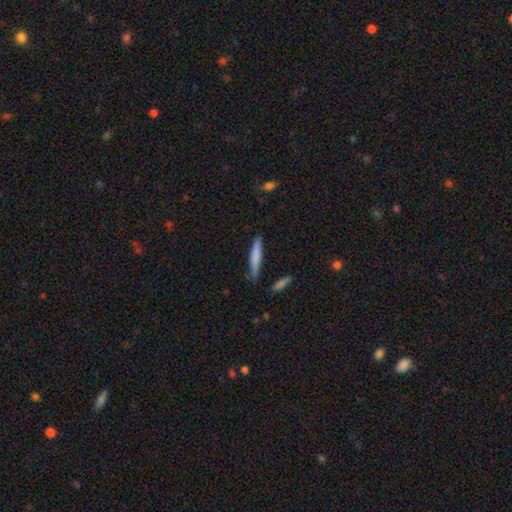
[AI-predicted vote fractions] The model was most divided on "smooth or featured": smooth: 76%, featured or disk: 19%, star or artifact: 6%. More confident: how rounded — cigar-shaped (92%); merging — none (78%).